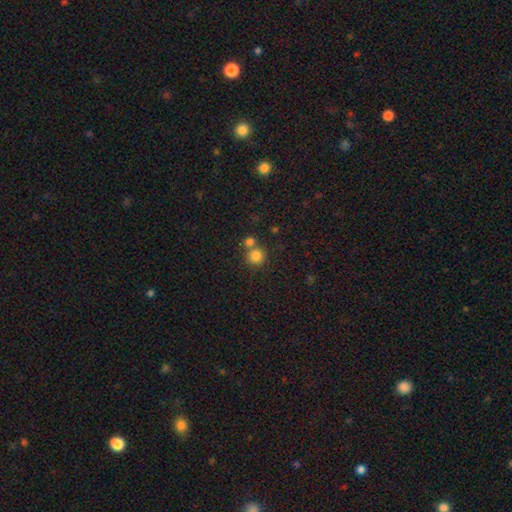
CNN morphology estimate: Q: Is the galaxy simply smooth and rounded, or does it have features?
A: smooth — 82%.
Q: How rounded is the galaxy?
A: round — 91%.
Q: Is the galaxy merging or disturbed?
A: none — 59%.